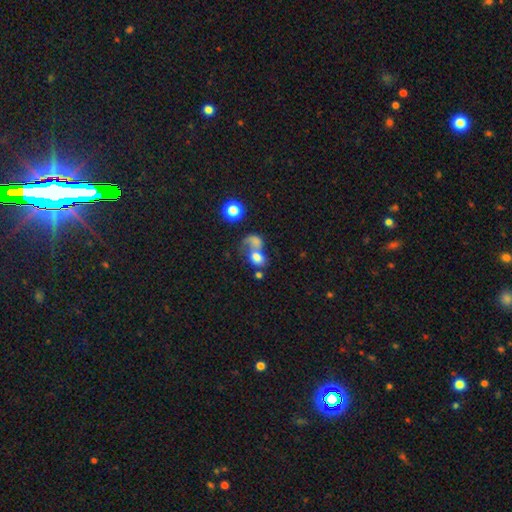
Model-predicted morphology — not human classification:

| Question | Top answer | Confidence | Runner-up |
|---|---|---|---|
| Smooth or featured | smooth | 66% | featured or disk (22%) |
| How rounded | in between | 64% | round (34%) |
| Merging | merger | 62% | major disturbance (16%) |